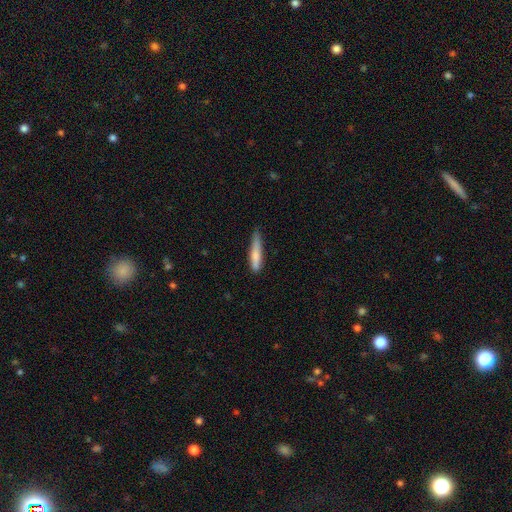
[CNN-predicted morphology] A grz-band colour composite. It shows a smooth galaxy with no disk features (75%) that is cigar-shaped (88%). Merging: none (59%).